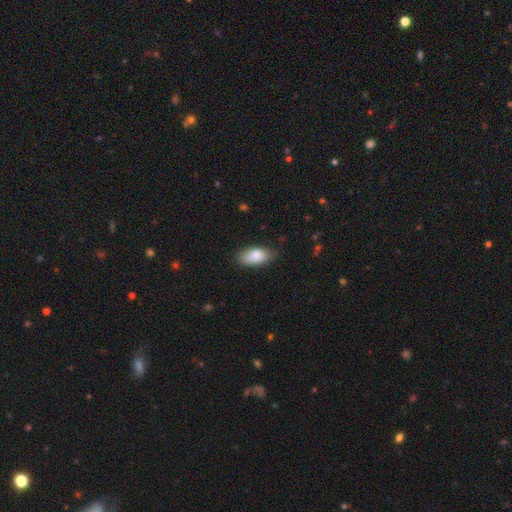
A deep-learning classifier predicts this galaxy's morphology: Smooth or featured? smooth (86%)
How rounded? in between (91%)
Merging? none (80%)